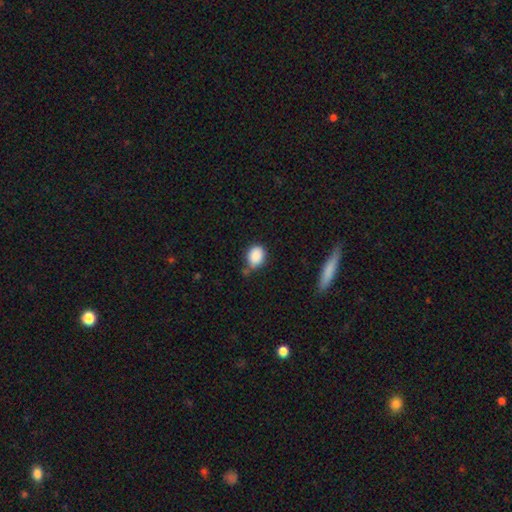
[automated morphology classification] type=smooth (88%); roundness=in between (56%); merging=none (60%).